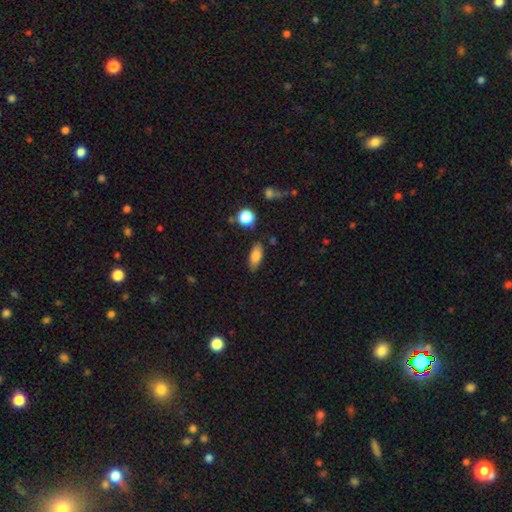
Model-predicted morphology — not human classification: Q: Smooth or featured?
A: smooth (80%); runner-up: featured or disk (11%)
Q: How rounded?
A: in between (81%); runner-up: cigar-shaped (15%)
Q: Merging?
A: none (81%); runner-up: minor disturbance (13%)